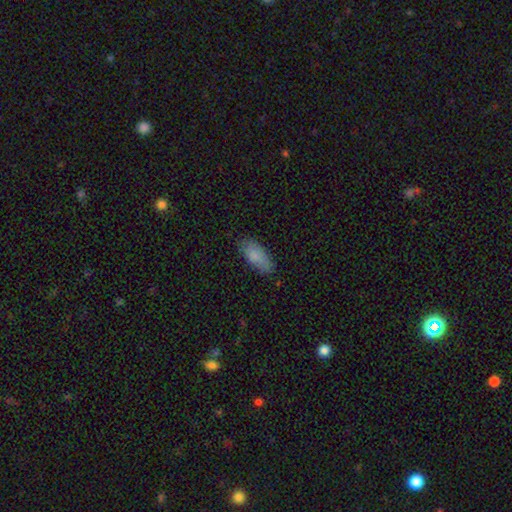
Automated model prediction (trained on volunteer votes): A smooth galaxy with no disk features (83%) that is in between round and cigar-shaped (85%).

Vote fractions:
- Smooth or featured? smooth: 83% / featured or disk: 10% / star or artifact: 6%
- How rounded? in between: 85% / cigar-shaped: 13% / round: 2%
- Merging? none: 76% / minor disturbance: 19% / major disturbance: 4% / merger: 1%